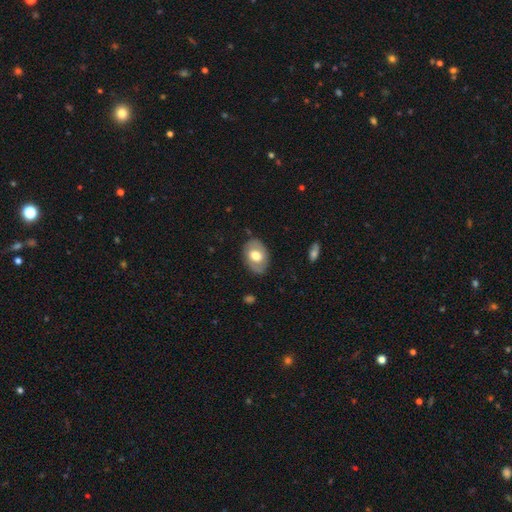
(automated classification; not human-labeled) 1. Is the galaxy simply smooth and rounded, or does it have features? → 57% smooth, 36% featured or disk, 6% star or artifact.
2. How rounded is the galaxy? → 77% in between, 22% round, 1% cigar-shaped.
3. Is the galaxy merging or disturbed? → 81% none, 14% minor disturbance, 4% major disturbance, 1% merger.